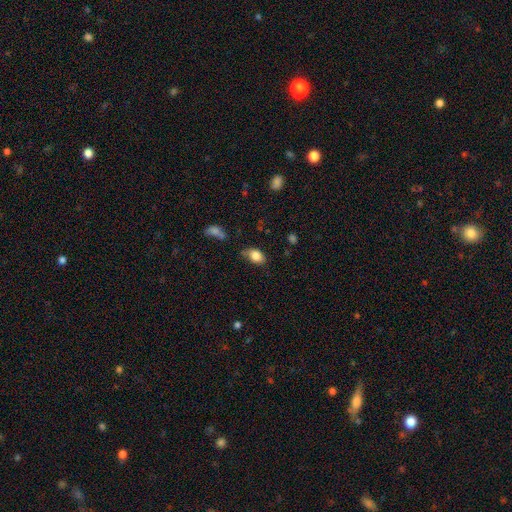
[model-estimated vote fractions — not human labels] Smooth or featured: smooth — 84% (star or artifact — 9%)
How rounded: in between — 79% (round — 19%)
Merging: none — 62% (minor disturbance — 28%)